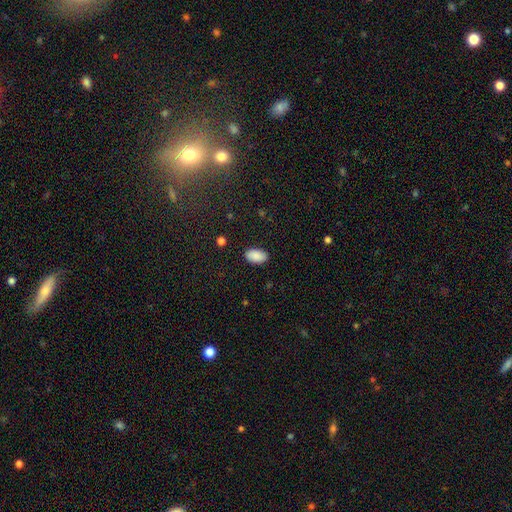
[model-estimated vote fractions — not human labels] Q: Smooth or featured?
A: smooth (90%); runner-up: star or artifact (7%)
Q: How rounded?
A: in between (95%); runner-up: round (4%)
Q: Merging?
A: none (87%); runner-up: minor disturbance (10%)